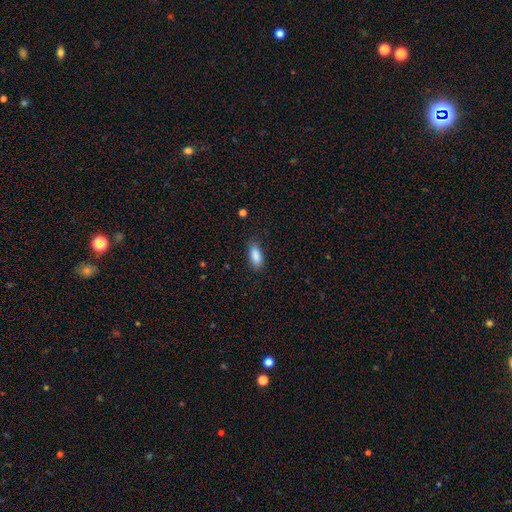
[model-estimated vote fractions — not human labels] A smooth galaxy with no disk features (88%) that is in between round and cigar-shaped (86%). Merging: none (80%).